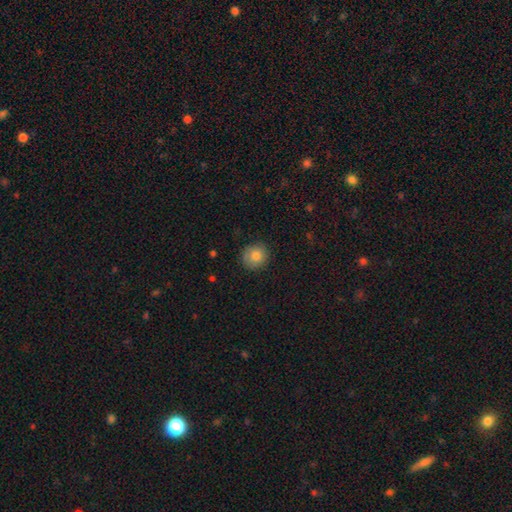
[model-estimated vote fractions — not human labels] Smooth or featured?
  - smooth: 82% *
  - star or artifact: 9%
  - featured or disk: 9%
How rounded?
  - round: 90% *
  - in between: 9%
  - cigar-shaped: 1%
Merging?
  - none: 86% *
  - minor disturbance: 10%
  - major disturbance: 2%
  - merger: 1%